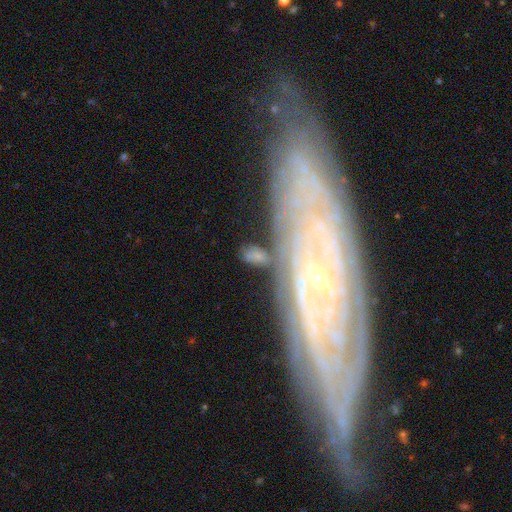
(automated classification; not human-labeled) The model was most divided on "smooth or featured": smooth: 52%, featured or disk: 36%, star or artifact: 13%. More confident: how rounded — in between (84%); merging — none (53%).